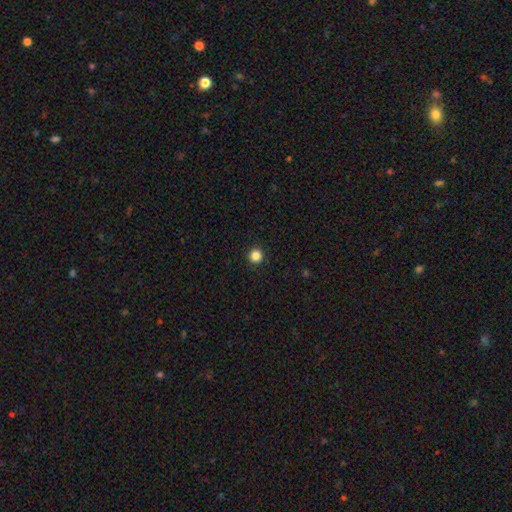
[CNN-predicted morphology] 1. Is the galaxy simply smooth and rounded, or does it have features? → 86% smooth, 11% star or artifact, 3% featured or disk.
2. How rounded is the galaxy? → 96% round, 3% in between, 1% cigar-shaped.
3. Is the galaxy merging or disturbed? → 94% none, 4% minor disturbance, 1% major disturbance, 1% merger.